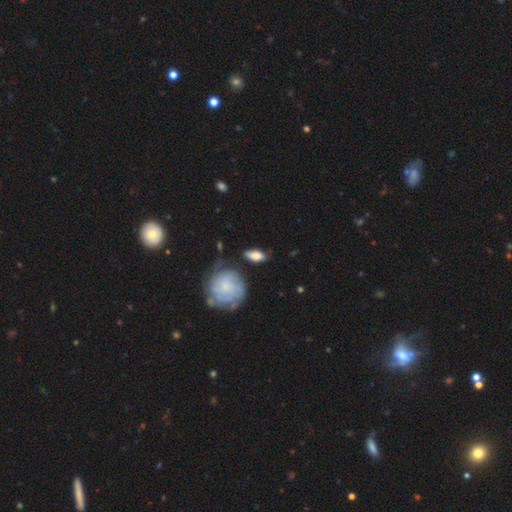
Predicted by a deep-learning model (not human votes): A smooth galaxy with no disk features (67%) that is in between round and cigar-shaped (81%). Merging: none (73%).